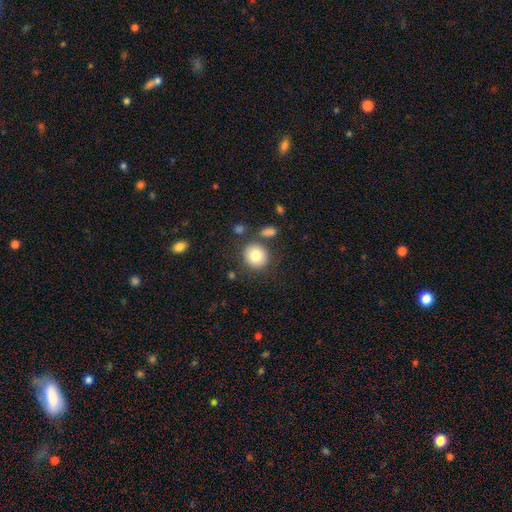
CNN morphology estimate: Overall: smooth (82%). How rounded: round (87%). Merging: none (80%).